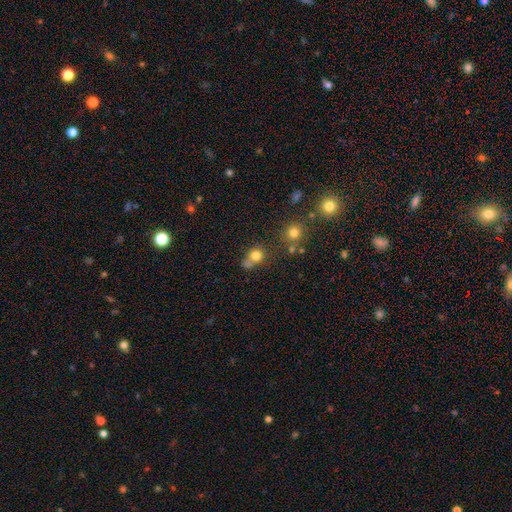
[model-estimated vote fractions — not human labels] Smooth or featured: smooth — 77% (star or artifact — 14%)
How rounded: round — 78% (in between — 20%)
Merging: none — 48% (merger — 31%)